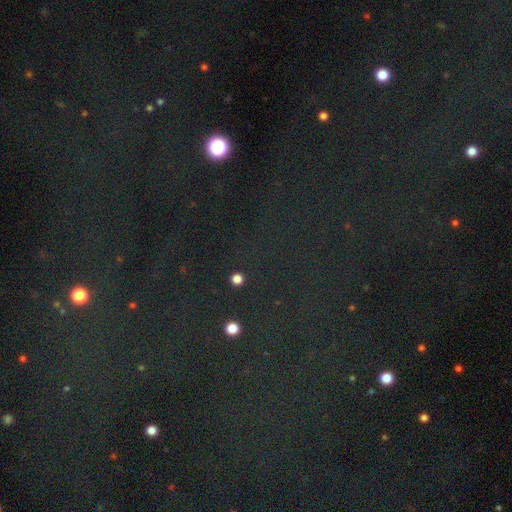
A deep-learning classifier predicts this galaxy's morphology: A star or artifact, not a galaxy (79%).

Vote fractions:
- Smooth or featured? star or artifact: 79% / smooth: 13% / featured or disk: 8%